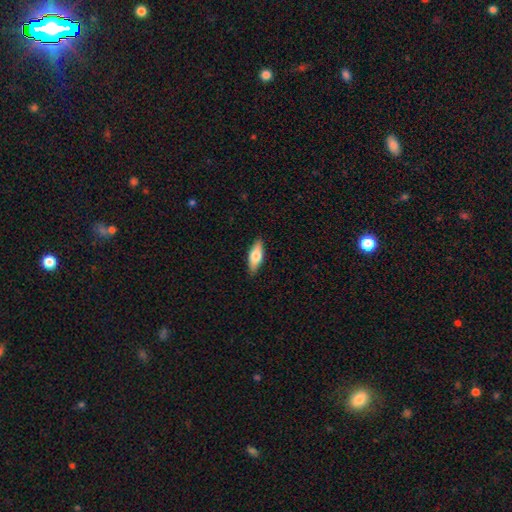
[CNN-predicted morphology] smooth_or_featured: smooth (p=0.64) [alt: featured or disk p=0.30]
how_rounded: in between (p=0.65) [alt: cigar-shaped p=0.32]
merging: none (p=0.88) [alt: minor disturbance p=0.09]